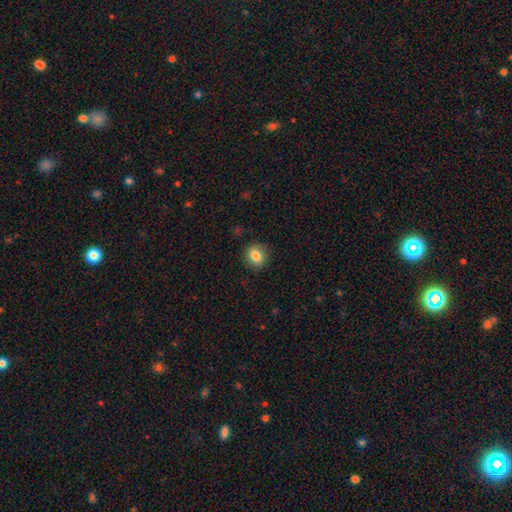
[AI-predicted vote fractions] Smooth or featured? smooth (83%)
How rounded? round (74%)
Merging? none (87%)